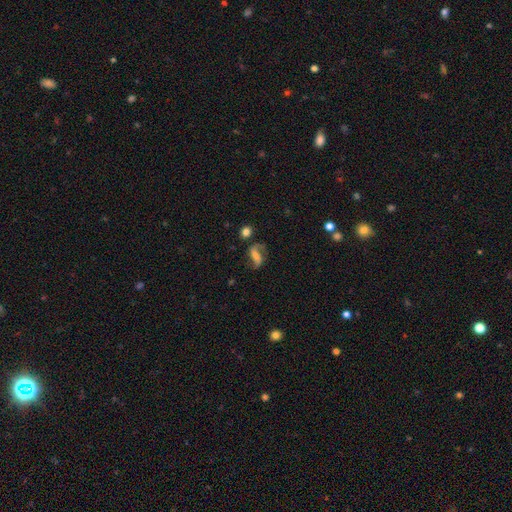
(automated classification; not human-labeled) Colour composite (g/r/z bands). It shows a featured or disk galaxy (73%) with a strong bar (40%), 2 (86%) loose (58%) spiral arms (91%) and a small central bulge (42%). Merging: none (63%).